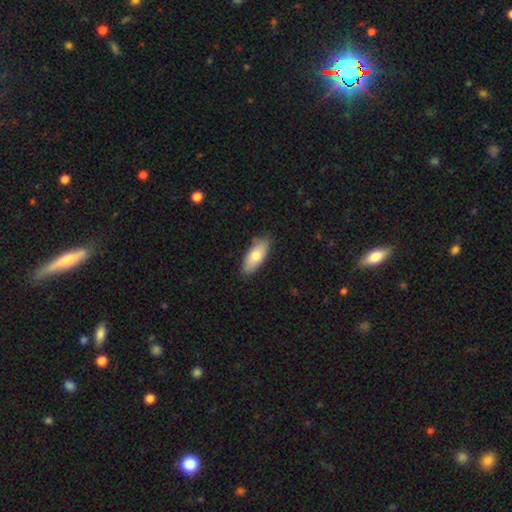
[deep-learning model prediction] smooth 74%, featured or disk 20%, star or artifact 6%. Down the decision tree: how rounded — in between (81%); merging — none (83%).